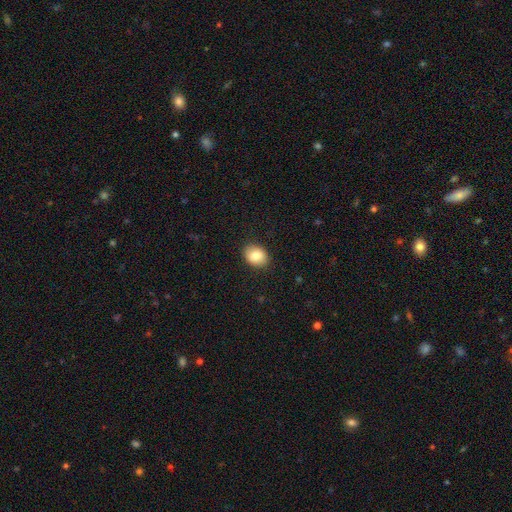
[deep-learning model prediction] Morphology: type=smooth (85%); roundness=in between (63%); merging=none (88%).